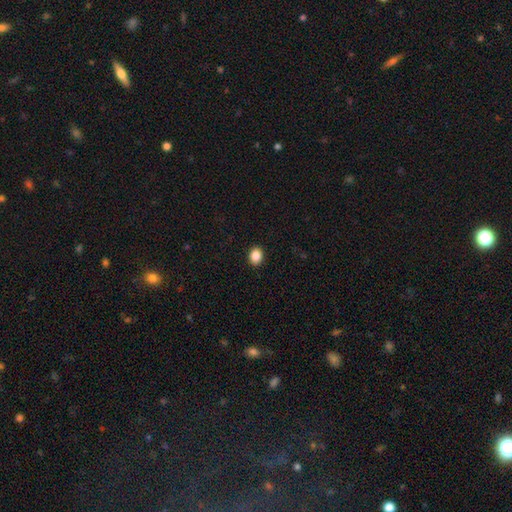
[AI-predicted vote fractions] smooth_or_featured: smooth (p=0.88) [alt: star or artifact p=0.09]
how_rounded: in between (p=0.53) [alt: round p=0.46]
merging: none (p=0.92) [alt: minor disturbance p=0.06]